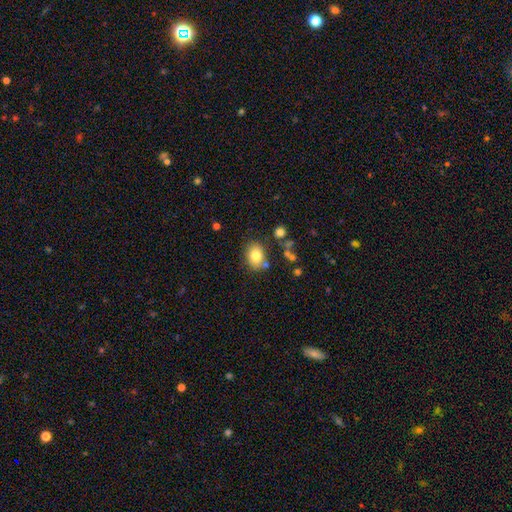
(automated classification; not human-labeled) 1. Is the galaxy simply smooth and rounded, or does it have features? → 80% smooth, 10% featured or disk, 10% star or artifact.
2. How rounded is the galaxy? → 55% in between, 44% round, 1% cigar-shaped.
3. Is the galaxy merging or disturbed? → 75% none, 14% minor disturbance, 7% merger, 4% major disturbance.